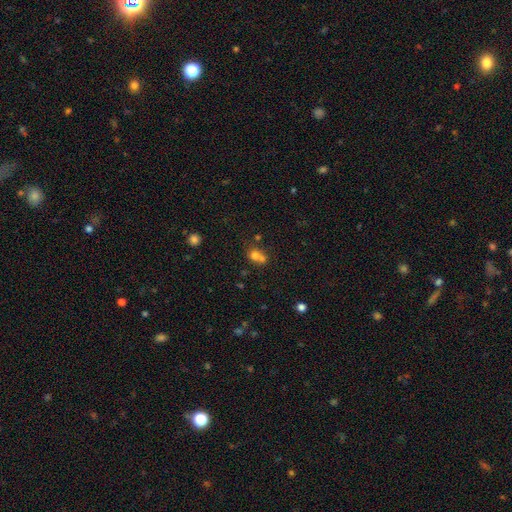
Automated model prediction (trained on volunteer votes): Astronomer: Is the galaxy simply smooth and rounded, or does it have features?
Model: smooth — 69%.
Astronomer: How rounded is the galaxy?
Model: round — 70%.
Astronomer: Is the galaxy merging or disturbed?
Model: merger — 56%.